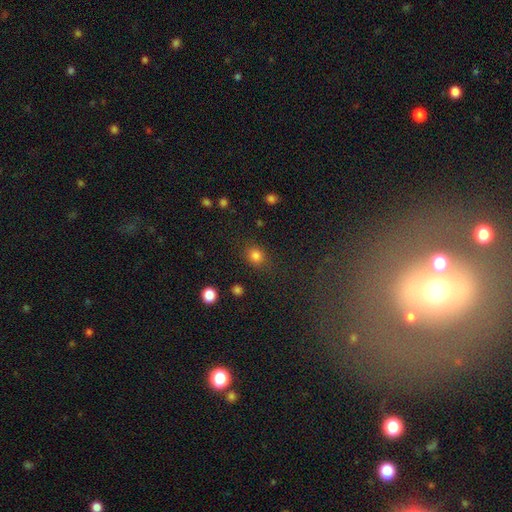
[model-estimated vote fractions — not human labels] A smooth galaxy with no disk features (81%) that is round (65%).

Vote fractions:
- Smooth or featured? smooth: 81% / star or artifact: 13% / featured or disk: 6%
- How rounded? round: 65% / in between: 33% / cigar-shaped: 1%
- Merging? none: 79% / minor disturbance: 13% / major disturbance: 5% / merger: 3%